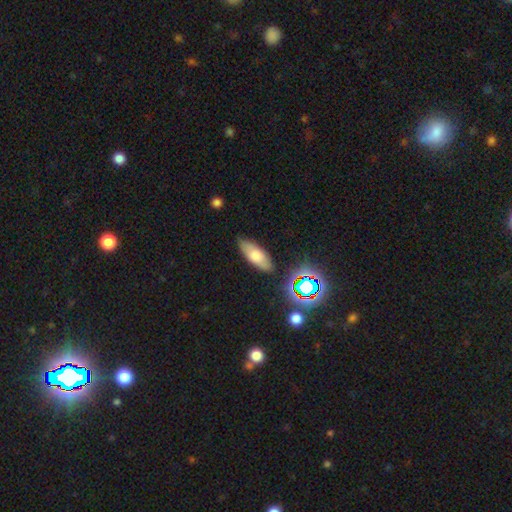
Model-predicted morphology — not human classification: smooth_or_featured: smooth (p=0.68) [alt: featured or disk p=0.21]
how_rounded: in between (p=0.78) [alt: cigar-shaped p=0.19]
merging: none (p=0.81) [alt: minor disturbance p=0.14]